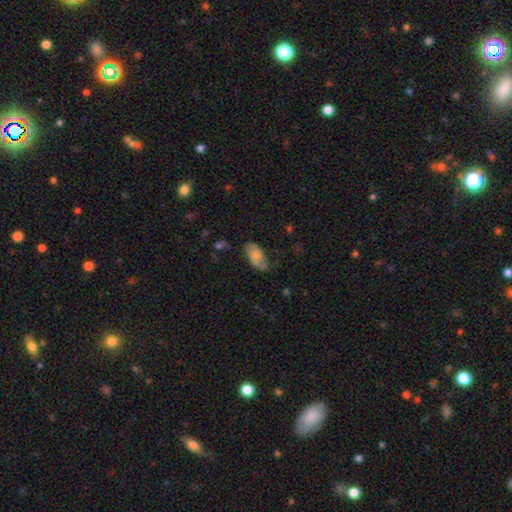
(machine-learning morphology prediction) Smooth or featured? smooth (64%)
How rounded? in between (93%)
Merging? none (57%)